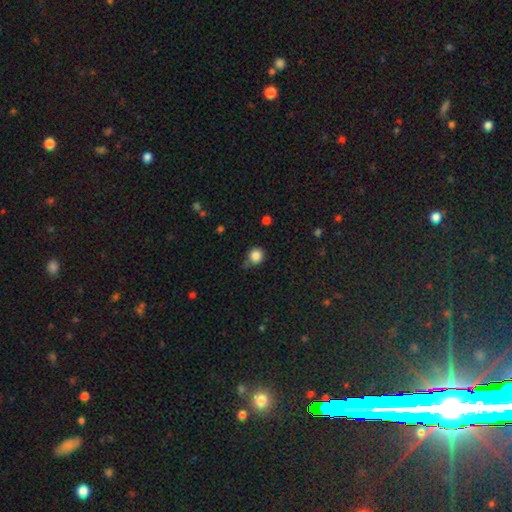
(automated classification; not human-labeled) Smooth or featured: smooth — 85% (star or artifact — 11%)
How rounded: round — 90% (in between — 9%)
Merging: none — 69% (minor disturbance — 20%)